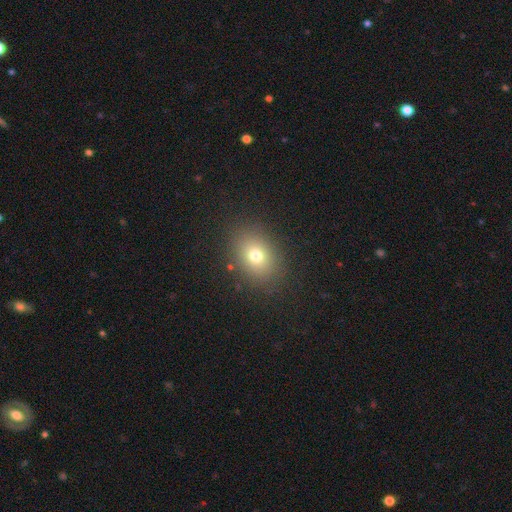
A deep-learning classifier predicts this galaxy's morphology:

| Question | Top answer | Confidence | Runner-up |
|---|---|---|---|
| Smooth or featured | smooth | 74% | star or artifact (15%) |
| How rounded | in between | 58% | round (41%) |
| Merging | none | 86% | minor disturbance (9%) |